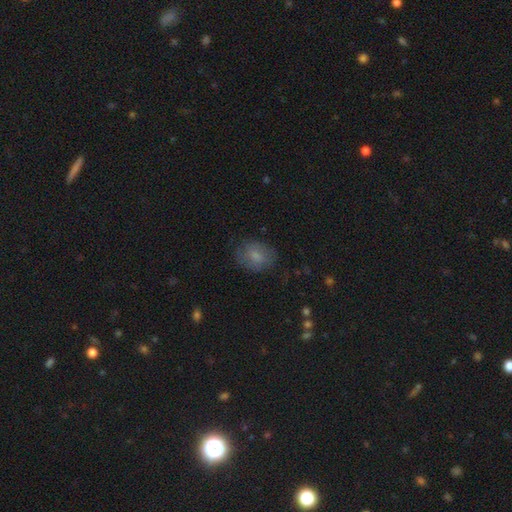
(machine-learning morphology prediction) Smooth or featured: smooth — 72% (featured or disk — 19%)
How rounded: in between — 60% (round — 38%)
Merging: none — 72% (minor disturbance — 19%)